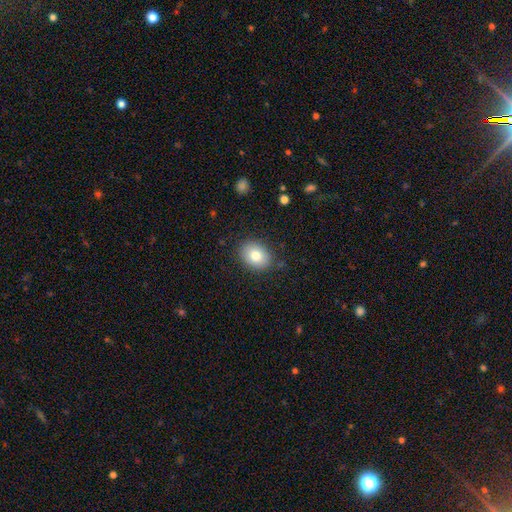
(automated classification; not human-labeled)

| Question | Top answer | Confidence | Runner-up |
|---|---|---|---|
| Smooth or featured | smooth | 80% | featured or disk (12%) |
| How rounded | in between | 63% | round (37%) |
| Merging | none | 85% | minor disturbance (11%) |